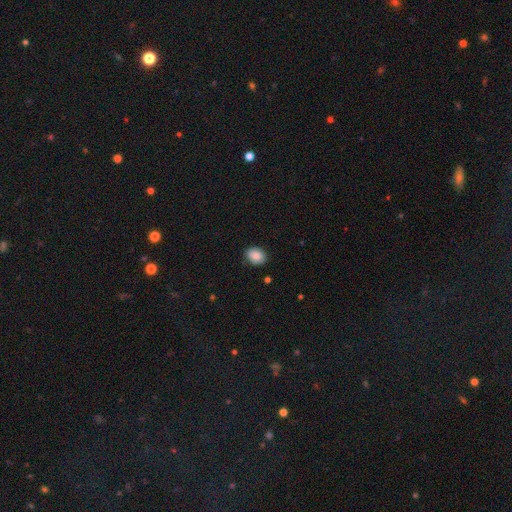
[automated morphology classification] smooth-or-featured: smooth: 87% | star or artifact: 8% | featured or disk: 5%
  how-rounded: in between: 65% | round: 34% | cigar-shaped: 1%
  merging: none: 86% | minor disturbance: 10% | major disturbance: 2% | merger: 1%